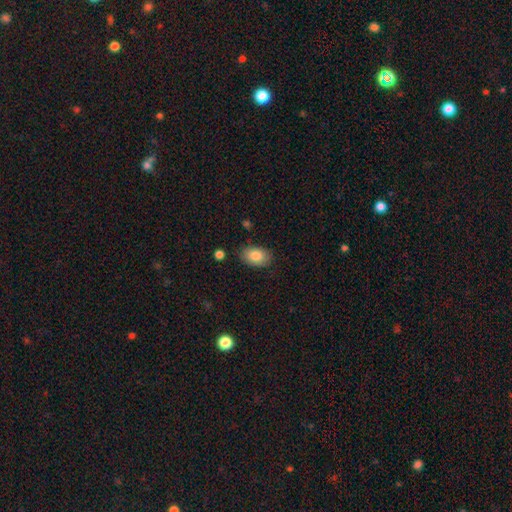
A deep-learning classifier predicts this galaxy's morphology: smooth-or-featured: smooth: 84% | featured or disk: 9% | star or artifact: 7%
  how-rounded: in between: 87% | round: 12% | cigar-shaped: 1%
  merging: none: 84% | minor disturbance: 12% | major disturbance: 3% | merger: 2%